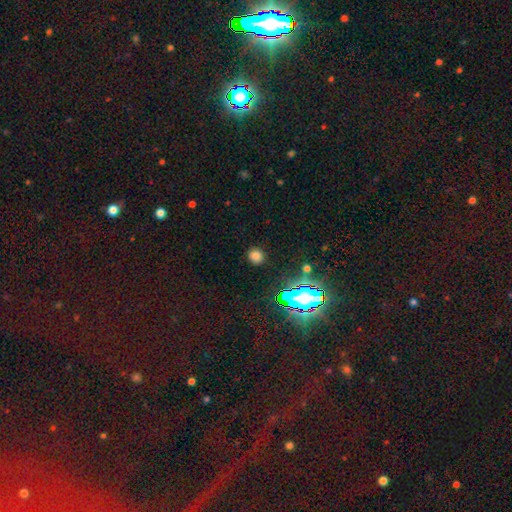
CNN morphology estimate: The model was most divided on "smooth or featured": smooth: 72%, star or artifact: 22%, featured or disk: 6%. More confident: merging — none (88%); how rounded — round (87%).